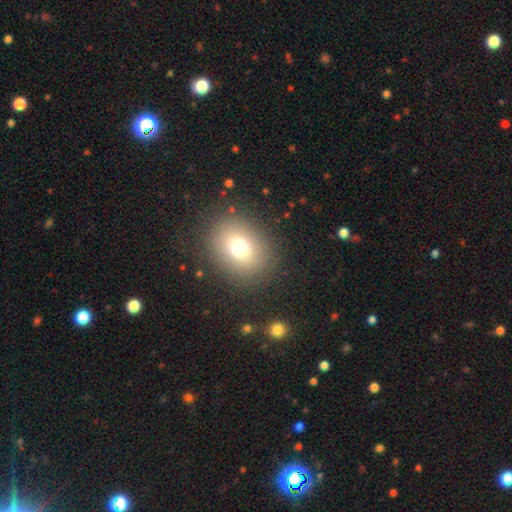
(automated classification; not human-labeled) Smooth or featured?
  - smooth: 73% *
  - star or artifact: 15%
  - featured or disk: 12%
How rounded?
  - round: 52% *
  - in between: 47%
  - cigar-shaped: 1%
Merging?
  - none: 88% *
  - minor disturbance: 7%
  - major disturbance: 3%
  - merger: 1%